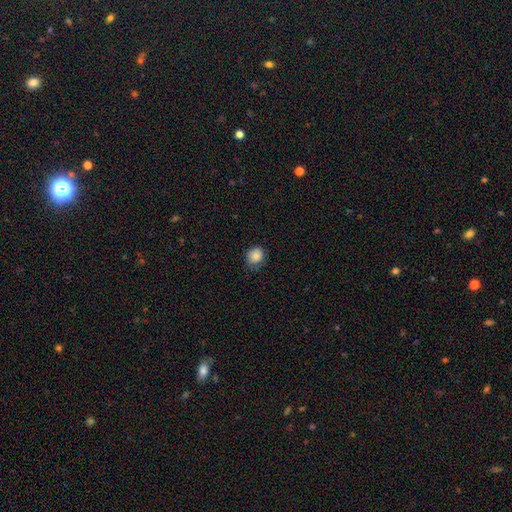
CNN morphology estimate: Q: Smooth or featured?
A: smooth (85%); runner-up: star or artifact (10%)
Q: How rounded?
A: round (75%); runner-up: in between (24%)
Q: Merging?
A: none (75%); runner-up: minor disturbance (20%)